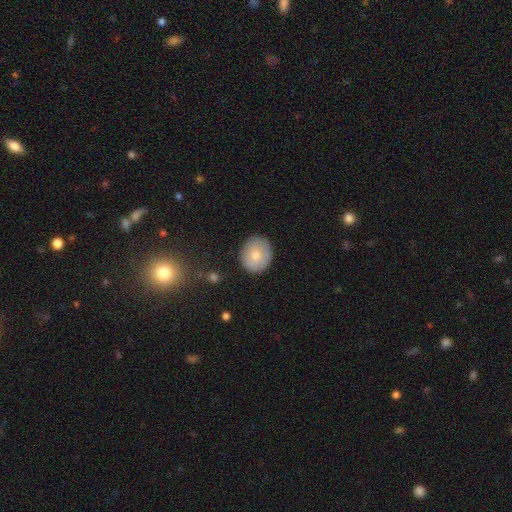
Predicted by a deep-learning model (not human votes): This is likely a smooth galaxy (74%). How rounded: likely round (66%). Merging: clearly none (85%).